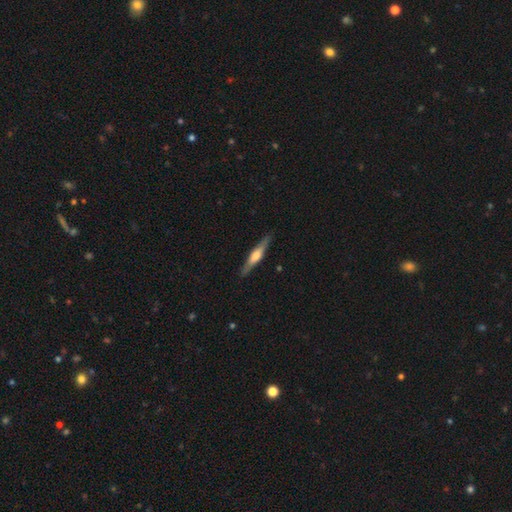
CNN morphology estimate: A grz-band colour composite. It shows a featured or disk galaxy (62%) viewed edge-on (96%) with a rounded central bulge (78%). Merging: none (89%).